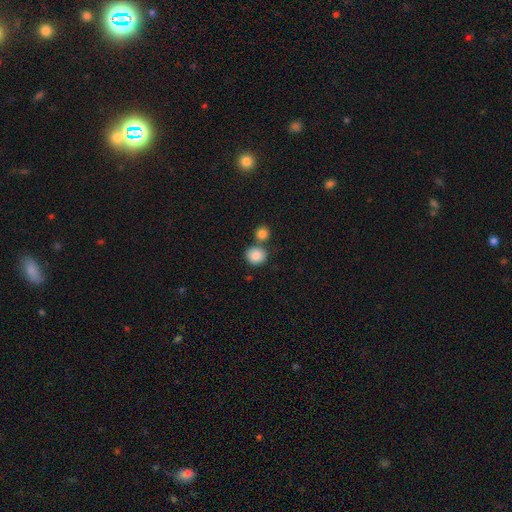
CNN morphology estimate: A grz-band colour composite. It shows a smooth galaxy with no disk features (86%) that is round (81%). Merging: none (63%).